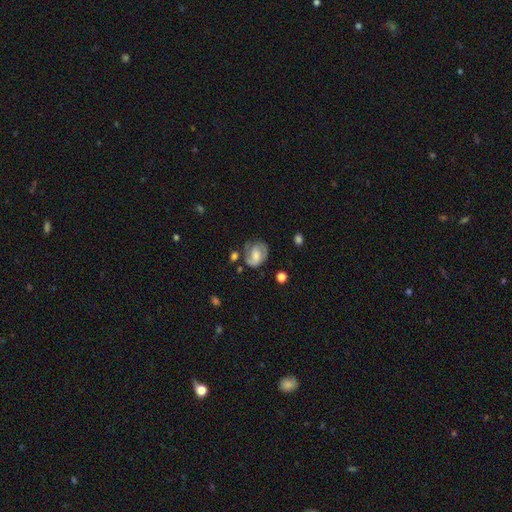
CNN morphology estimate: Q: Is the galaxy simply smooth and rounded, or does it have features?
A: featured or disk — 64%.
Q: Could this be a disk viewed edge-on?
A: no — 97%.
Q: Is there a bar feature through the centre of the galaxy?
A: no — 45%.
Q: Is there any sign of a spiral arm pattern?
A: yes — 86%.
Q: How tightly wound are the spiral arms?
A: medium — 43%.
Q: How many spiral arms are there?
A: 2 — 71%.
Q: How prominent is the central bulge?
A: moderate — 45%.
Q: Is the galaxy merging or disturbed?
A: none — 58%.